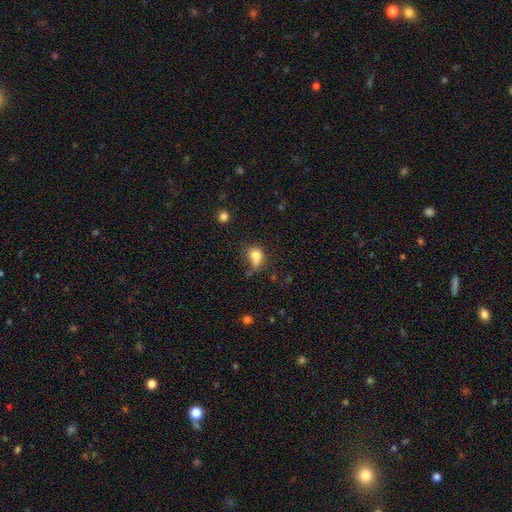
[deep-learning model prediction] This is likely a smooth galaxy (75%). How rounded: possibly in between (53%). Merging: marginally none (36%).